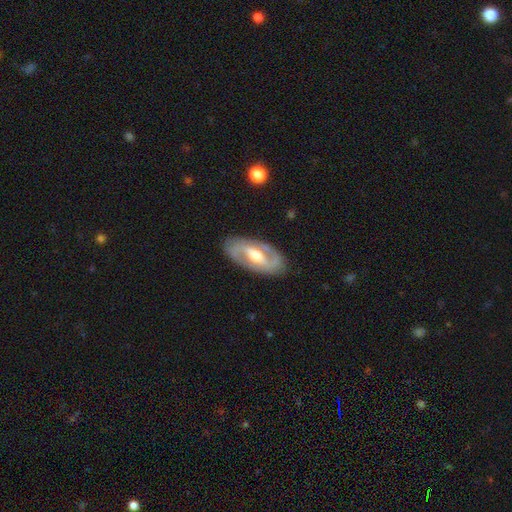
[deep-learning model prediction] The model was most divided on "bar": strong: 42%, weak: 40%, no: 18%. More confident: edge-on disk — no (94%); spiral arm count — 2 (90%); spiral arms — yes (87%); merging — none (86%); smooth or featured — featured or disk (83%); bulge size — moderate (67%); spiral winding — medium (51%).